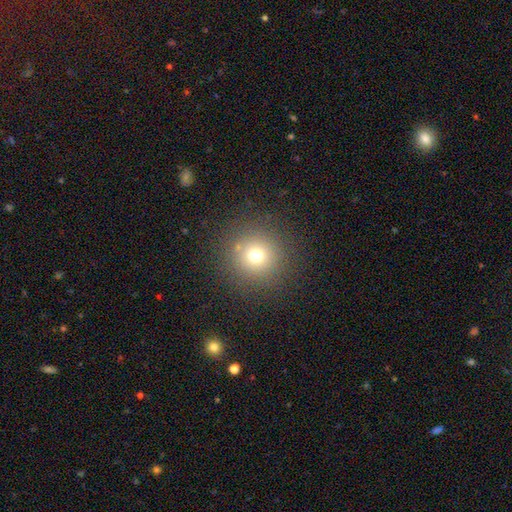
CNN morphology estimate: smooth_or_featured: smooth (p=0.70) [alt: star or artifact p=0.20]
how_rounded: round (p=0.95) [alt: in between p=0.04]
merging: none (p=0.88) [alt: minor disturbance p=0.07]